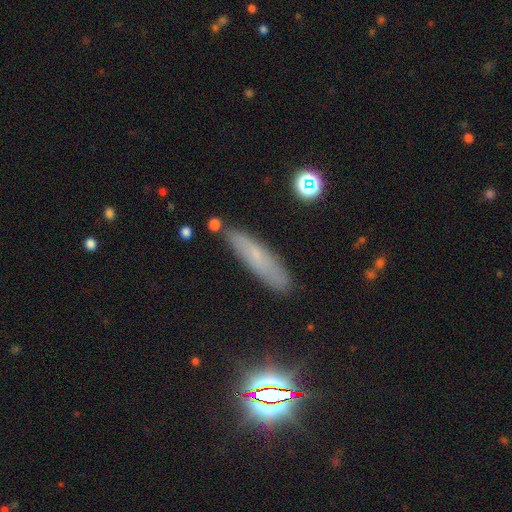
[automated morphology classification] smooth_or_featured: smooth (p=0.59) [alt: featured or disk p=0.27]
how_rounded: cigar-shaped (p=0.76) [alt: in between p=0.22]
merging: none (p=0.81) [alt: minor disturbance p=0.13]